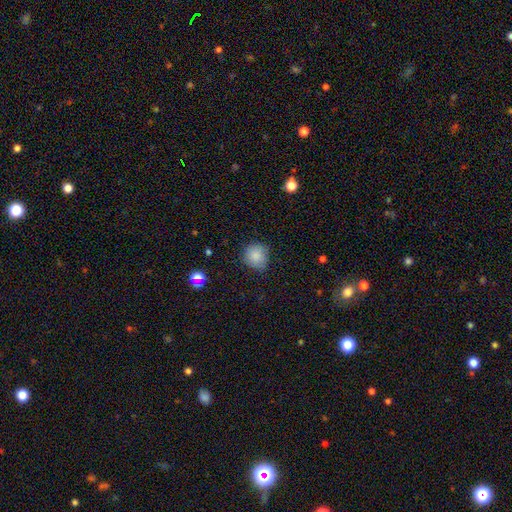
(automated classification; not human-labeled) A smooth galaxy with no disk features (85%) that is round (88%).

Vote fractions:
- Smooth or featured? smooth: 85% / star or artifact: 10% / featured or disk: 6%
- How rounded? round: 88% / in between: 11% / cigar-shaped: 1%
- Merging? none: 74% / minor disturbance: 21% / major disturbance: 4% / merger: 1%